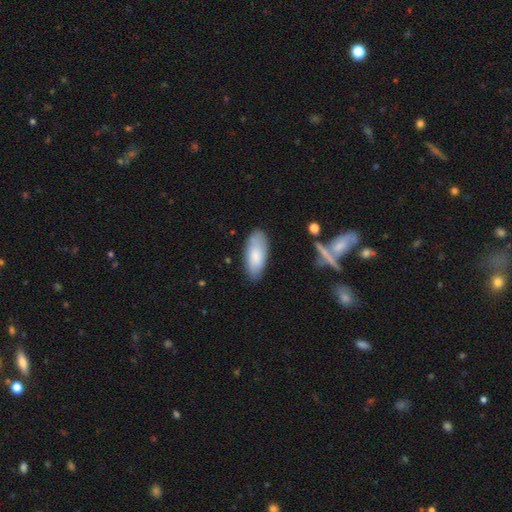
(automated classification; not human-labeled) A smooth galaxy with no disk features (78%) that is in between round and cigar-shaped (84%).

Vote fractions:
- Smooth or featured? smooth: 78% / featured or disk: 16% / star or artifact: 6%
- How rounded? in between: 84% / cigar-shaped: 15% / round: 2%
- Merging? none: 79% / minor disturbance: 16% / major disturbance: 3% / merger: 2%